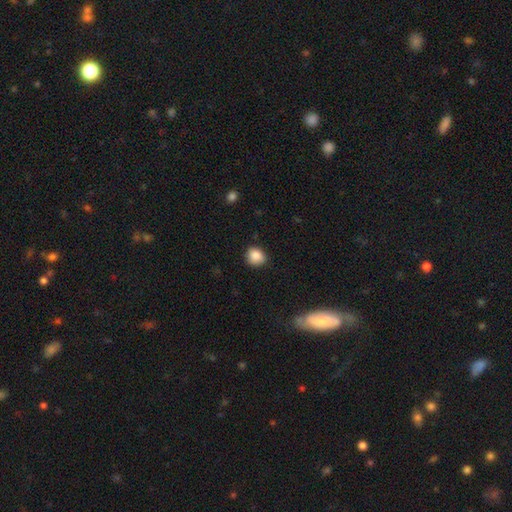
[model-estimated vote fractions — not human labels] This is clearly a smooth galaxy (86%). How rounded: likely round (77%). Merging: clearly none (82%).